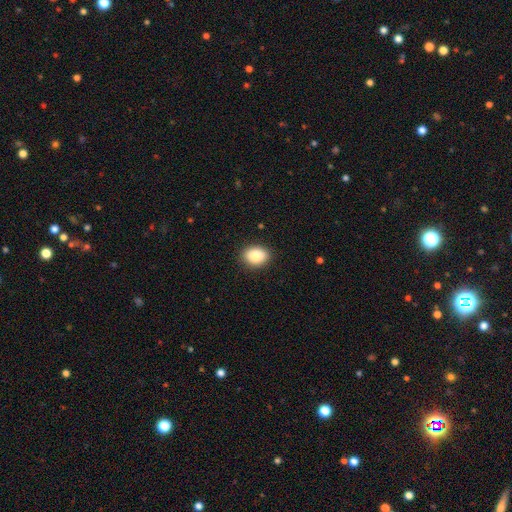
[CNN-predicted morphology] A smooth galaxy with no disk features (87%) that is in between round and cigar-shaped (65%). Merging: none (89%).